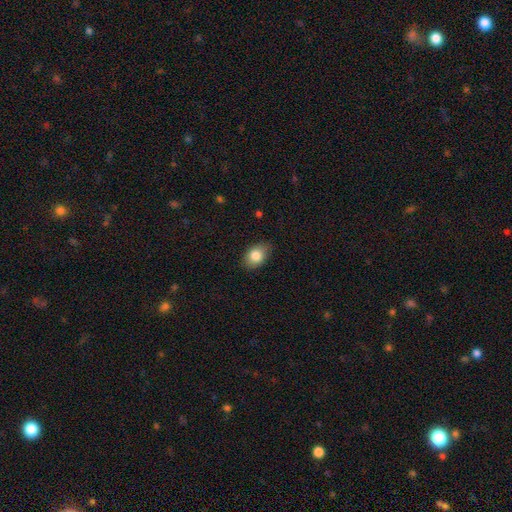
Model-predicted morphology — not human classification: type=smooth (83%); roundness=in between (82%); merging=none (82%).